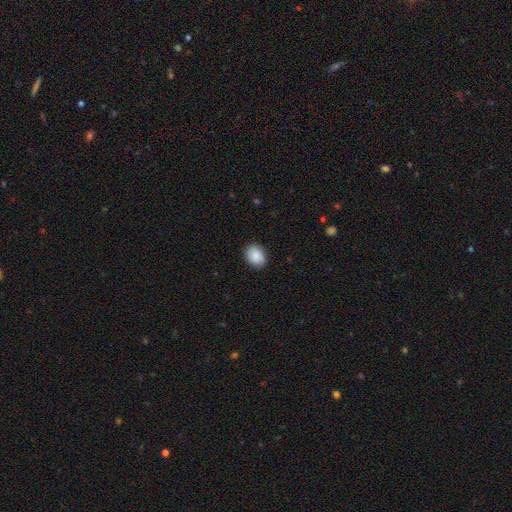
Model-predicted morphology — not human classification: Smooth or featured? smooth (88%)
How rounded? in between (66%)
Merging? none (87%)